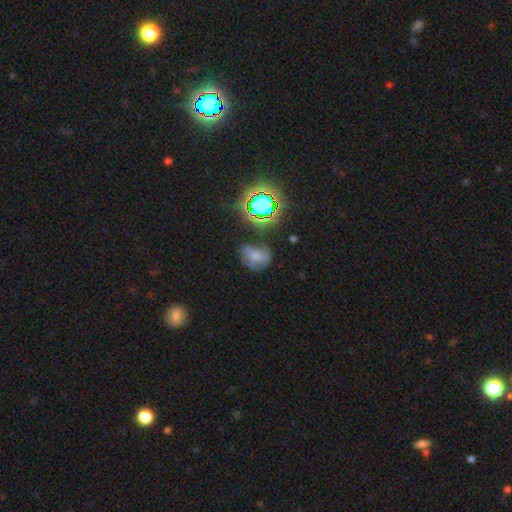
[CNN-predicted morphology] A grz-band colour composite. It shows a smooth galaxy with no disk features (50%). Merging: none (43%).